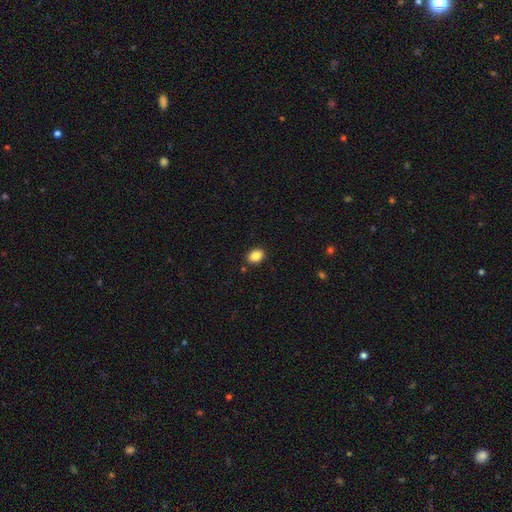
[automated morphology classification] A smooth galaxy with no disk features (86%) that is in between round and cigar-shaped (69%). Merging: none (87%).